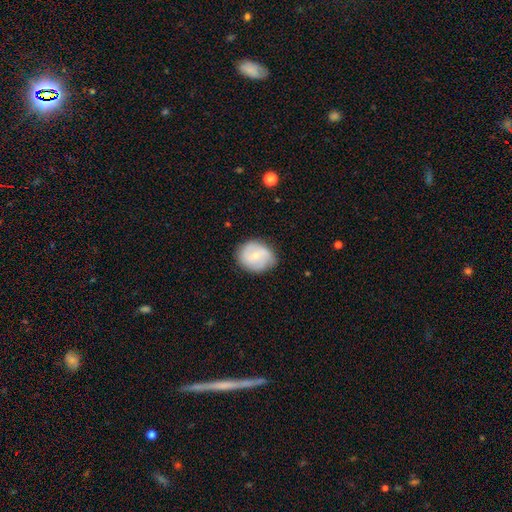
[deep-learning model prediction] This appears to be a featured or disk galaxy (56%) with no bar (58%), spiral arms (83%) and a small central bulge (62%). Merging: none (75%).